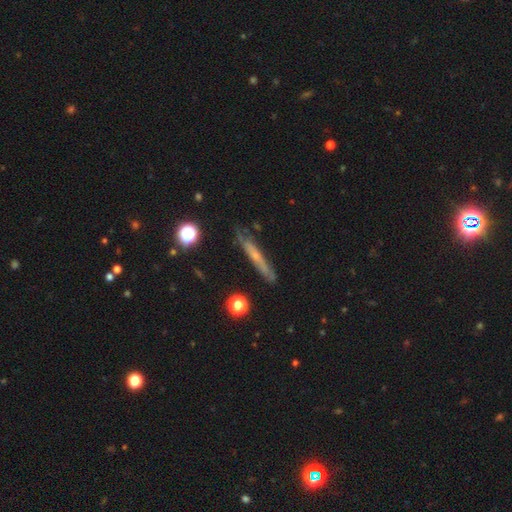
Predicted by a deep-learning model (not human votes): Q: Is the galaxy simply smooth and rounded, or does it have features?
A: featured or disk — 50%.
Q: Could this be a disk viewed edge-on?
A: yes — 85%.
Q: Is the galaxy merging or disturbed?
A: none — 76%.